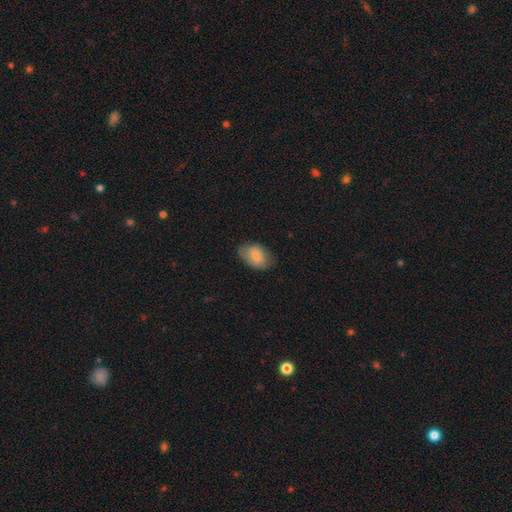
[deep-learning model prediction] Overall: smooth (77%). How rounded: in between (87%). Merging: none (72%).